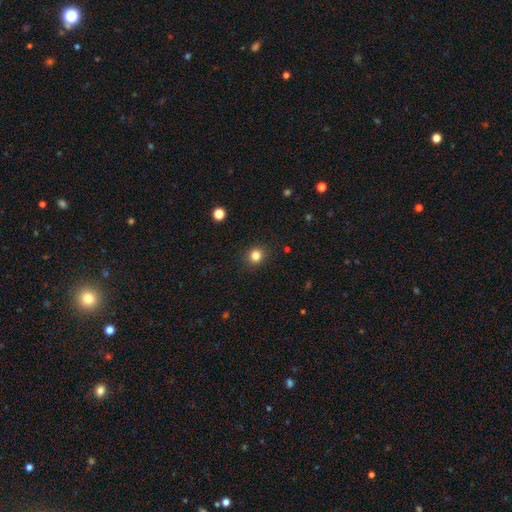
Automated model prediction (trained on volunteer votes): A smooth galaxy with no disk features (82%) that is round (83%). Merging: none (90%).